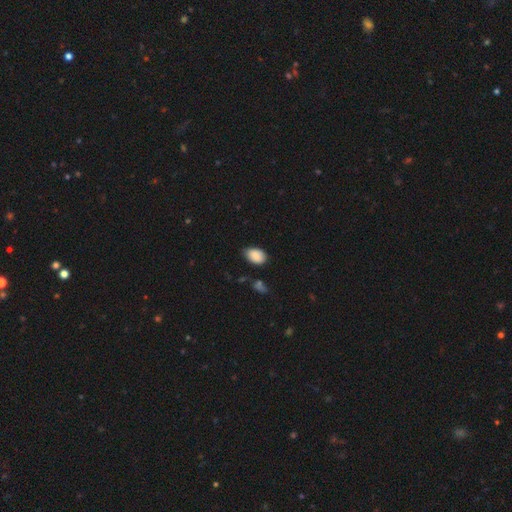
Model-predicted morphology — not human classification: The model was most divided on "merging": none: 67%, minor disturbance: 26%, major disturbance: 4%, merger: 3%. More confident: how rounded — in between (89%); smooth or featured — smooth (87%).